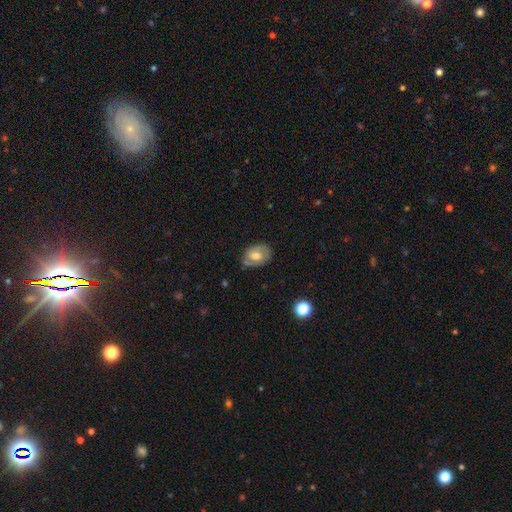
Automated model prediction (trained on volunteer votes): smooth-or-featured: featured or disk: 55% | smooth: 37% | star or artifact: 8%
  disk-edge-on: no: 95% | yes: 5%
    bar: weak: 44% (tied) | no: 44% (tied) | strong: 13%
    has-spiral-arms: yes: 70% | no: 30%
    bulge-size: moderate: 69% | small: 21% | large: 7% | none: 2% | dominant: 1%
  merging: none: 73% | minor disturbance: 20% | major disturbance: 5% | merger: 2%